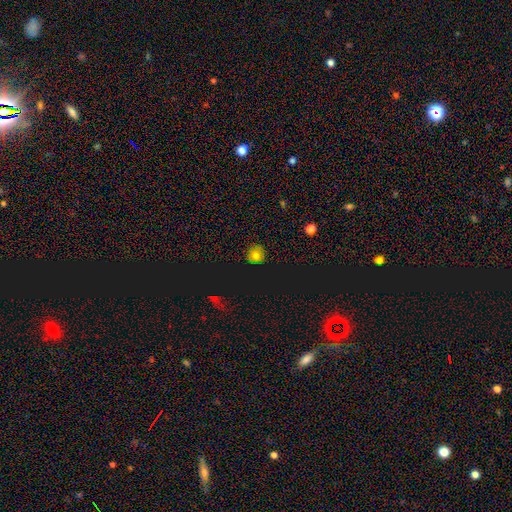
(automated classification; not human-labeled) smooth-or-featured: smooth: 69% | star or artifact: 22% | featured or disk: 9%
  how-rounded: round: 89% | in between: 10% | cigar-shaped: 1%
  merging: none: 82% | minor disturbance: 13% | major disturbance: 3% | merger: 1%